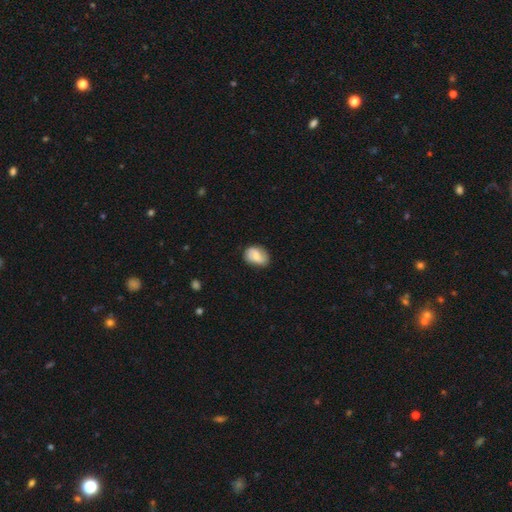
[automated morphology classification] This appears to be a smooth galaxy with no disk features (60%) that is in between round and cigar-shaped (75%). Merging: none (75%).